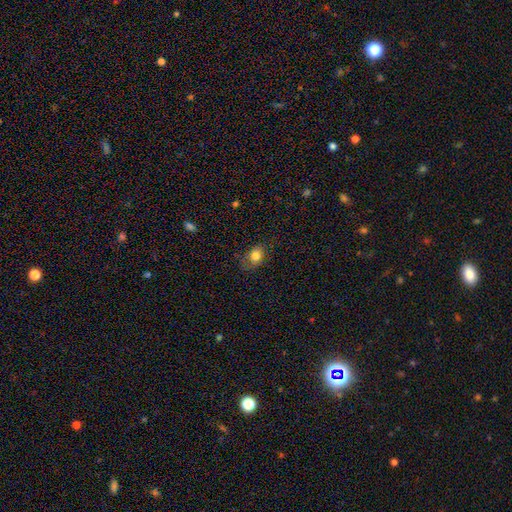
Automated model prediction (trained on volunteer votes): This appears to be a smooth galaxy with no disk features (81%) that is in between round and cigar-shaped (66%). Merging: none (67%).